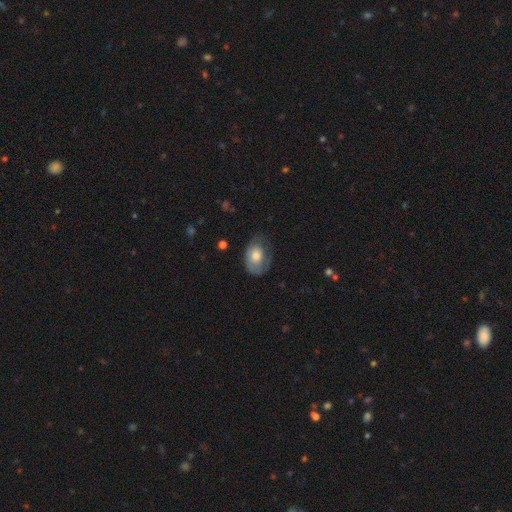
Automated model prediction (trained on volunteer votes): Smooth or featured? Predicted: smooth (p=0.61). How rounded? Predicted: in between (p=0.80). Merging? Predicted: none (p=0.52).